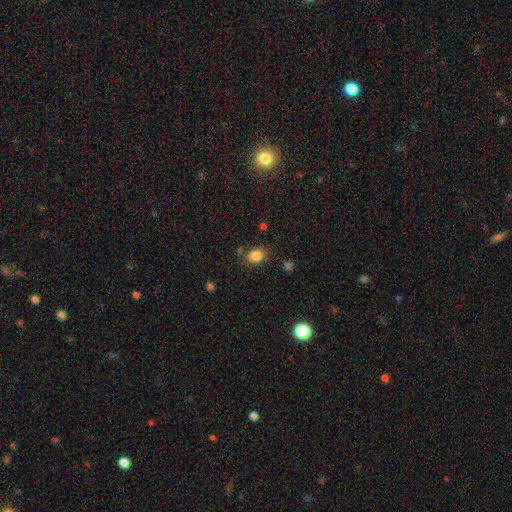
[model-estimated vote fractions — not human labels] A smooth galaxy with no disk features (84%) that is in between round and cigar-shaped (67%).

Vote fractions:
- Smooth or featured? smooth: 84% / star or artifact: 10% / featured or disk: 6%
- How rounded? in between: 67% / round: 32% / cigar-shaped: 1%
- Merging? none: 77% / minor disturbance: 14% / merger: 5% / major disturbance: 4%